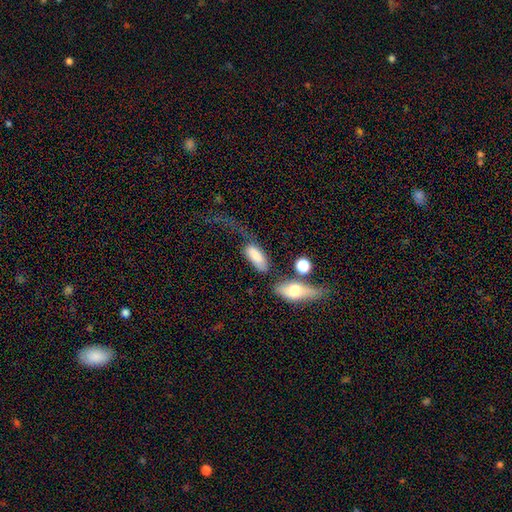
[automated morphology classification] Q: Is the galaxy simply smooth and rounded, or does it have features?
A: smooth — 79%.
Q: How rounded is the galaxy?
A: in between — 84%.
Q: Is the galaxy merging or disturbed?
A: major disturbance — 31%.